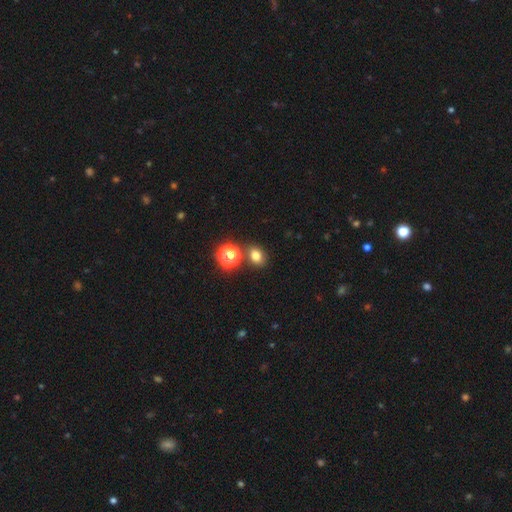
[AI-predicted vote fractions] Smooth or featured: smooth — 75% (star or artifact — 17%)
How rounded: in between — 51% (round — 47%)
Merging: none — 74% (merger — 13%)